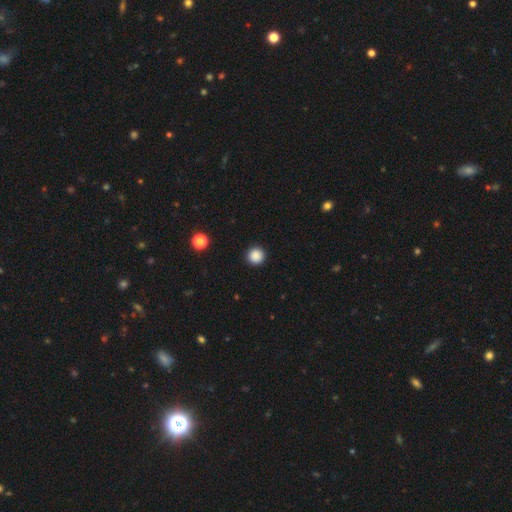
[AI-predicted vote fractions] A smooth galaxy with no disk features (87%) that is round (96%). Merging: none (93%).